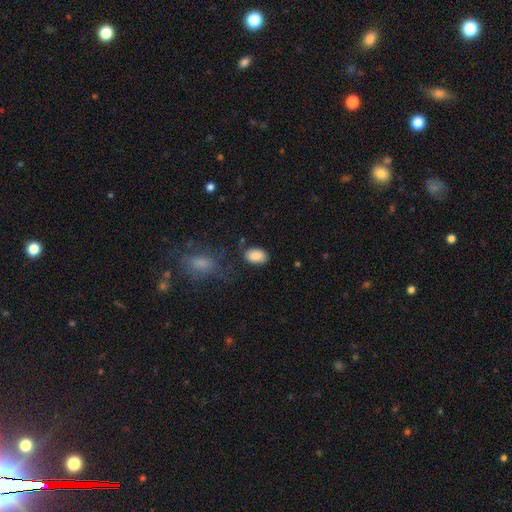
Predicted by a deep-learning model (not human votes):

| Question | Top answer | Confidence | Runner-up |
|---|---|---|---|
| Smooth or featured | smooth | 87% | star or artifact (7%) |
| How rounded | in between | 87% | round (11%) |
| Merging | none | 75% | minor disturbance (16%) |